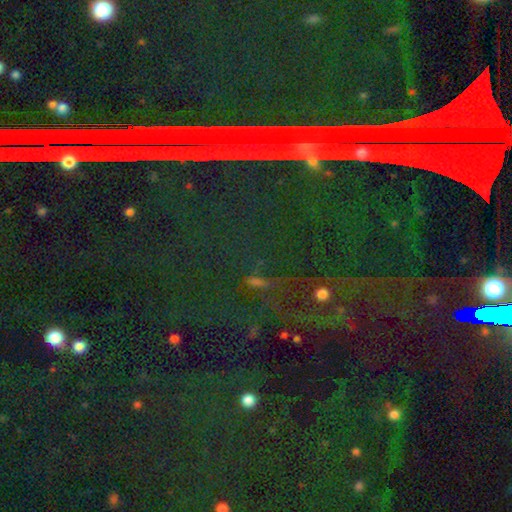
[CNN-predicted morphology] Smooth or featured?
  - star or artifact: 87% *
  - featured or disk: 7%
  - smooth: 7%